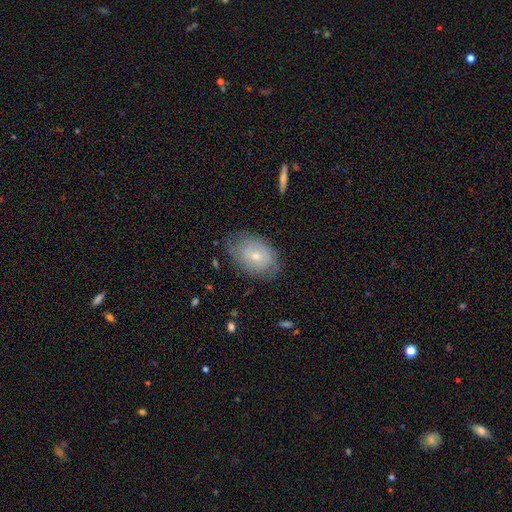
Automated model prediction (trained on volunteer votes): Smooth or featured? featured or disk (51%)
Edge-on disk? no (93%)
Merging? none (72%)